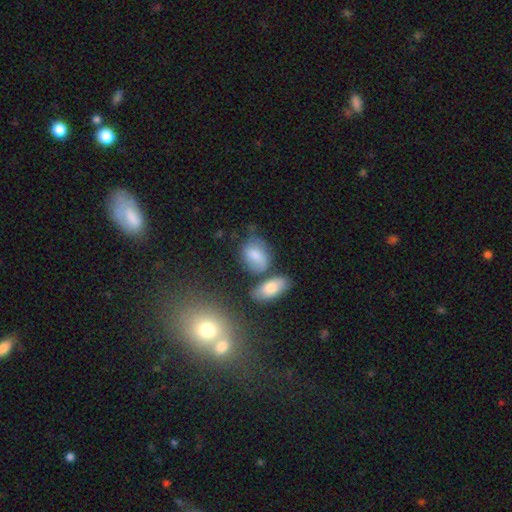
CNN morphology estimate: A smooth galaxy with no disk features (75%) that is in between round and cigar-shaped (77%).

Vote fractions:
- Smooth or featured? smooth: 75% / featured or disk: 15% / star or artifact: 9%
- How rounded? in between: 77% / round: 21% / cigar-shaped: 2%
- Merging? none: 48% / minor disturbance: 24% / merger: 17% / major disturbance: 11%